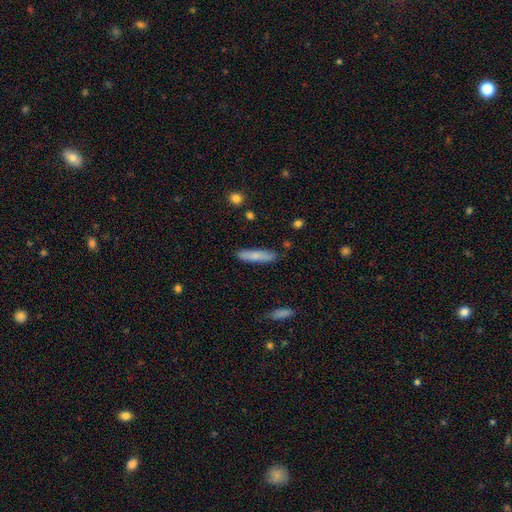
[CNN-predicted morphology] A smooth galaxy with no disk features (76%) that is cigar-shaped (82%). Merging: none (85%).